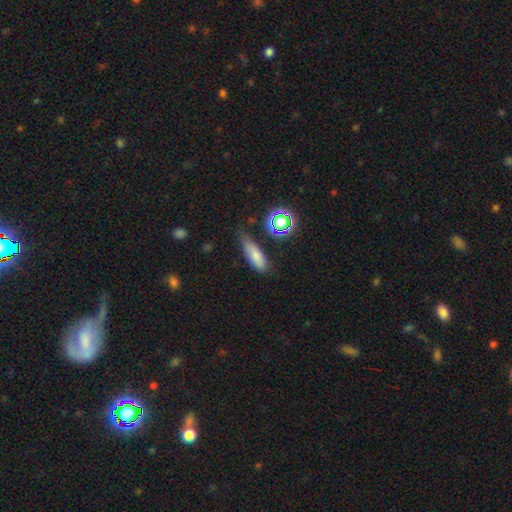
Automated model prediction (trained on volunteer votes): Smooth or featured: smooth — 75% (star or artifact — 13%)
How rounded: in between — 55% (cigar-shaped — 40%)
Merging: none — 59% (minor disturbance — 29%)